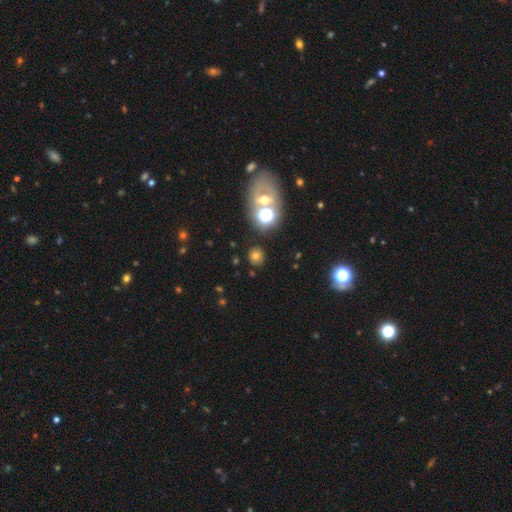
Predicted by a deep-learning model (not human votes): Morphology: type=smooth (63%); roundness=round (84%); merging=none (84%).